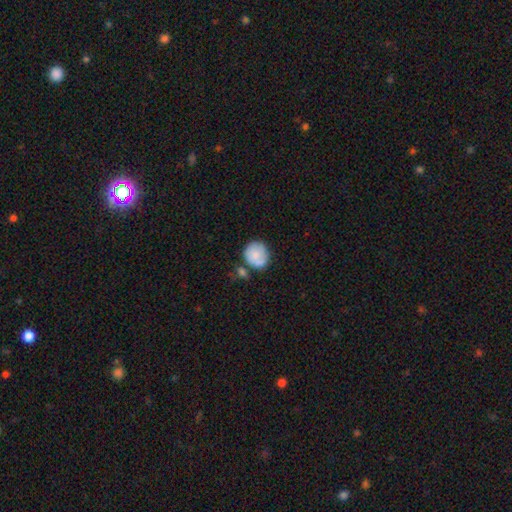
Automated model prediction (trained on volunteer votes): The model was most divided on "merging": none: 54%, minor disturbance: 23%, merger: 16%, major disturbance: 7%. More confident: smooth or featured — smooth (79%); how rounded — round (77%).